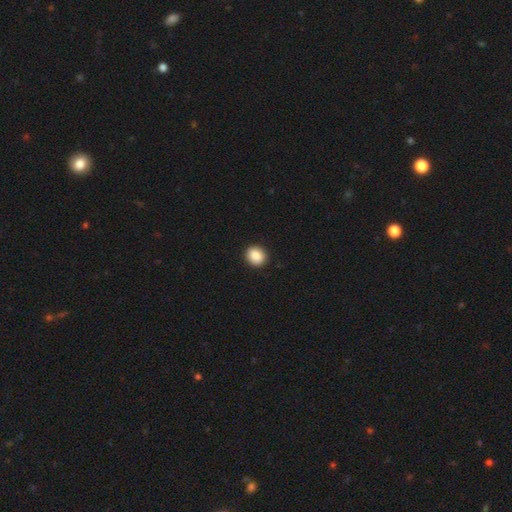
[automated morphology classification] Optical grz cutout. It shows a smooth galaxy with no disk features (89%) that is round (73%). Merging: none (92%).